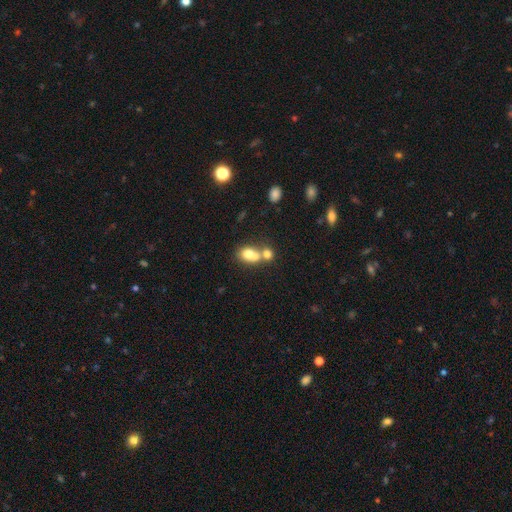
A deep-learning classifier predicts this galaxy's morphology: This is likely a smooth galaxy (71%). How rounded: likely in between (69%). Merging: possibly merger (56%).